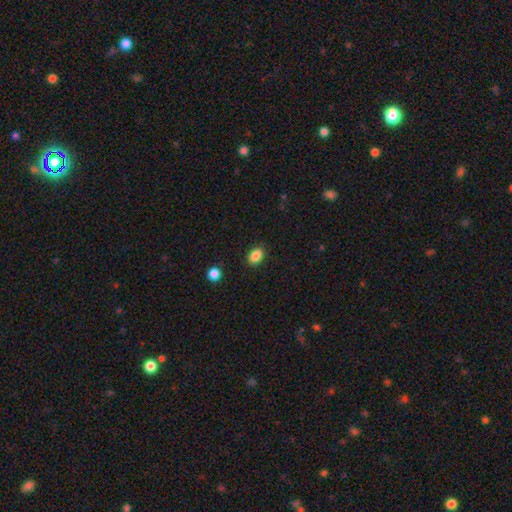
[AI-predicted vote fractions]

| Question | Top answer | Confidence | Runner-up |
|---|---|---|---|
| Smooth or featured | smooth | 87% | star or artifact (9%) |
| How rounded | in between | 78% | round (20%) |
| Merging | none | 89% | minor disturbance (8%) |